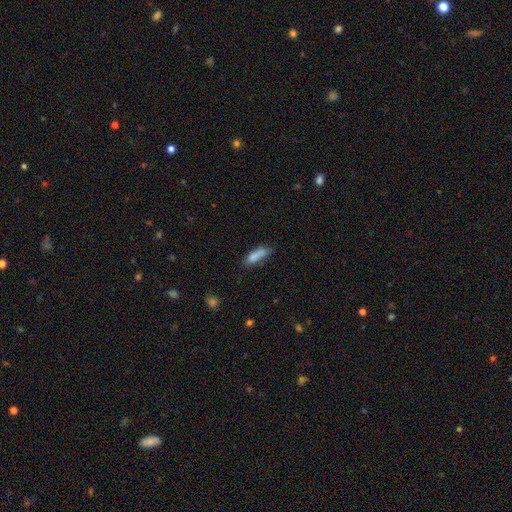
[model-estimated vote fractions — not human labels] A smooth galaxy with no disk features (81%) that is cigar-shaped (52%).

Vote fractions:
- Smooth or featured? smooth: 81% / featured or disk: 11% / star or artifact: 8%
- How rounded? cigar-shaped: 52% / in between: 46% / round: 2%
- Merging? none: 53% / minor disturbance: 30% / major disturbance: 10% / merger: 7%